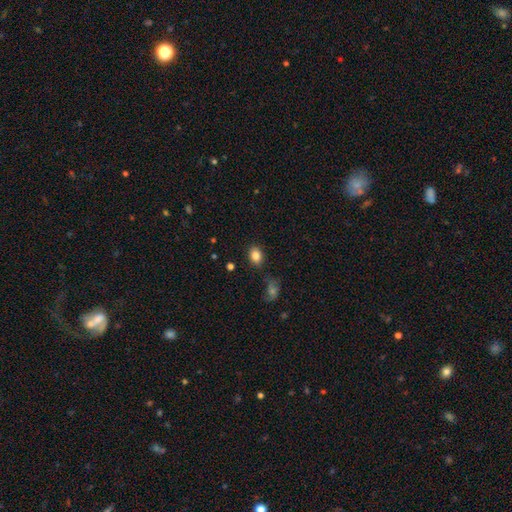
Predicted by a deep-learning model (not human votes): A smooth galaxy with no disk features (84%) that is in between round and cigar-shaped (69%).

Vote fractions:
- Smooth or featured? smooth: 84% / star or artifact: 10% / featured or disk: 7%
- How rounded? in between: 69% / round: 30% / cigar-shaped: 1%
- Merging? none: 83% / minor disturbance: 12% / major disturbance: 3% / merger: 3%